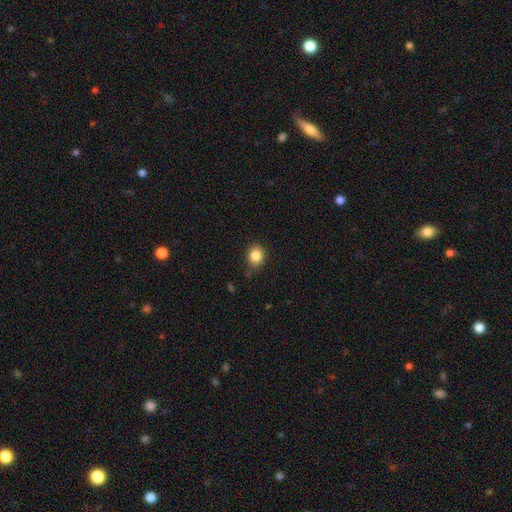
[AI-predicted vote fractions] Smooth or featured? Predicted: smooth (p=0.85). How rounded? Predicted: round (p=0.68). Merging? Predicted: none (p=0.80).